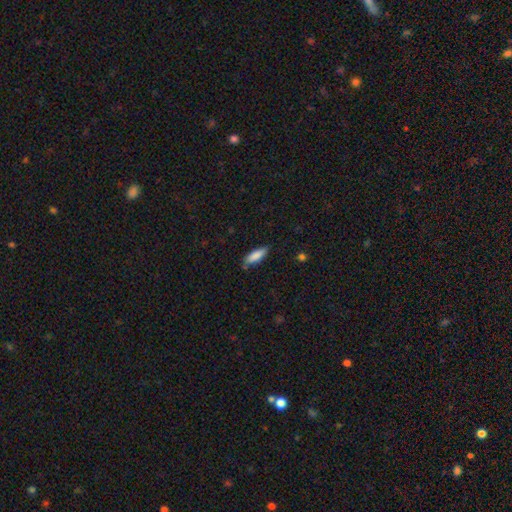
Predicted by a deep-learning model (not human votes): A smooth galaxy with no disk features (85%) that is in between round and cigar-shaped (54%).

Vote fractions:
- Smooth or featured? smooth: 85% / featured or disk: 9% / star or artifact: 6%
- How rounded? in between: 54% / cigar-shaped: 44% / round: 2%
- Merging? none: 77% / minor disturbance: 17% / major disturbance: 3% / merger: 3%